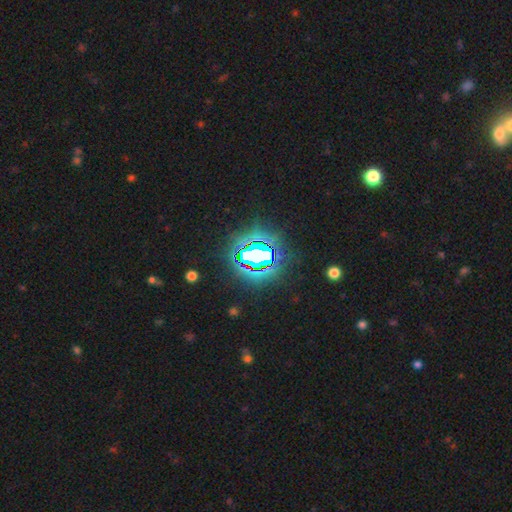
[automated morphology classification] smooth-or-featured: star or artifact: 76% | smooth: 13% | featured or disk: 11%